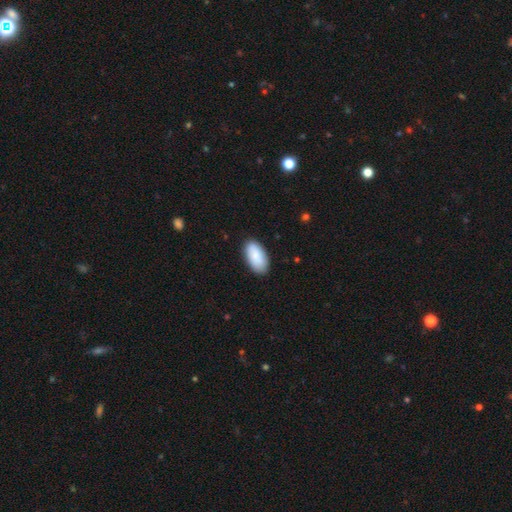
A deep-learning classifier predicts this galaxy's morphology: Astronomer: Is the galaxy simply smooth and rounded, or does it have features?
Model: smooth — 88%.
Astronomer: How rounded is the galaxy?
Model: in between — 95%.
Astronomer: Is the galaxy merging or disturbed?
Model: none — 86%.